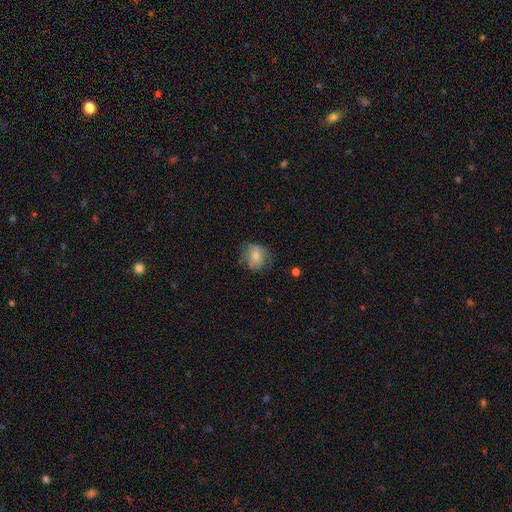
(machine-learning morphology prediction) Smooth or featured? smooth (72%)
How rounded? round (71%)
Merging? none (62%)